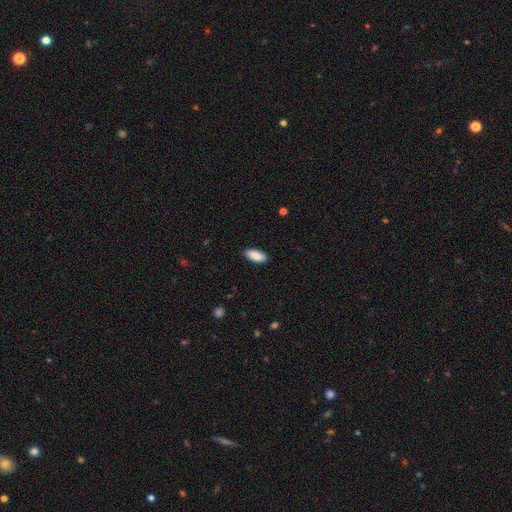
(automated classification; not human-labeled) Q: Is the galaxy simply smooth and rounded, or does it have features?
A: smooth — 89%.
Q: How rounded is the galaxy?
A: in between — 86%.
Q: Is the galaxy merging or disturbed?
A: none — 88%.